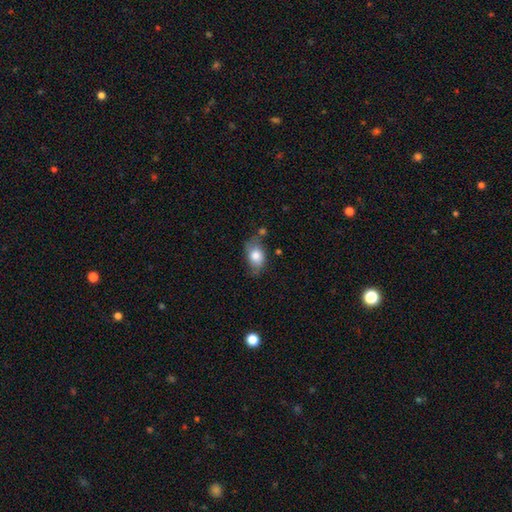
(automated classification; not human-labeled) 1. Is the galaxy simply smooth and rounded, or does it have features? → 79% smooth, 14% featured or disk, 7% star or artifact.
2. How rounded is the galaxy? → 82% in between, 16% round, 2% cigar-shaped.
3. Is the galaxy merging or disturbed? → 59% none, 27% minor disturbance, 8% major disturbance, 6% merger.